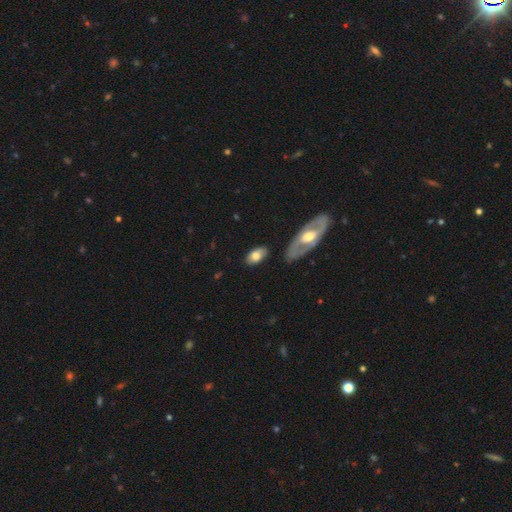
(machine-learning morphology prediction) smooth_or_featured: smooth (p=0.72) [alt: featured or disk p=0.22]
how_rounded: in between (p=0.91) [alt: round p=0.06]
merging: none (p=0.78) [alt: minor disturbance p=0.14]